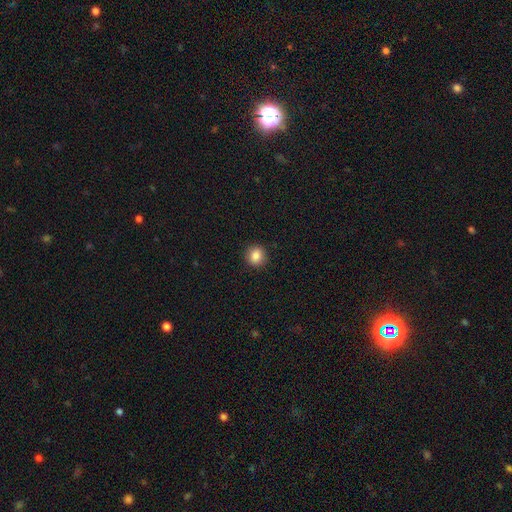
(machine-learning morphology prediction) This appears to be a smooth galaxy with no disk features (86%) that is round (88%). Merging: none (91%).